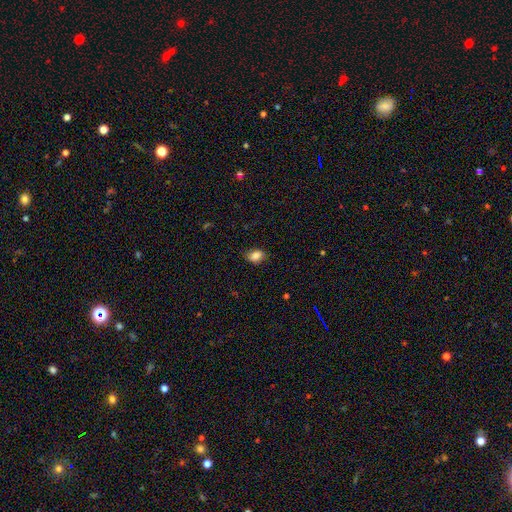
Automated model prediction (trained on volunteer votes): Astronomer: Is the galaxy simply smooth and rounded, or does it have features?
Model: smooth — 83%.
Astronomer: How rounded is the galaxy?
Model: in between — 74%.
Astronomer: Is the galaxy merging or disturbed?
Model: none — 80%.